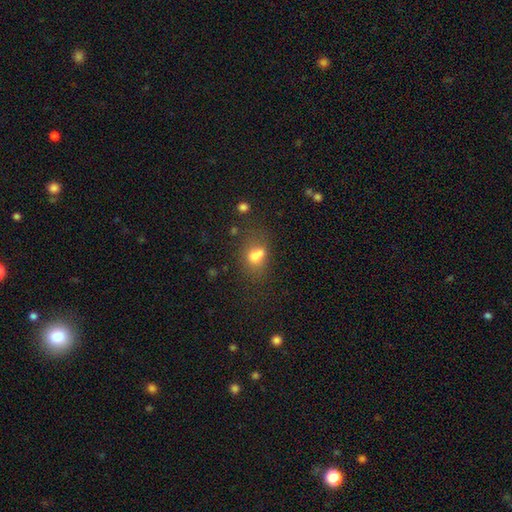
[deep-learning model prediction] smooth-or-featured: smooth: 67% | featured or disk: 19% | star or artifact: 14%
  how-rounded: in between: 57% | round: 41% | cigar-shaped: 2%
  merging: merger: 43% | none: 33% | minor disturbance: 15% | major disturbance: 9%